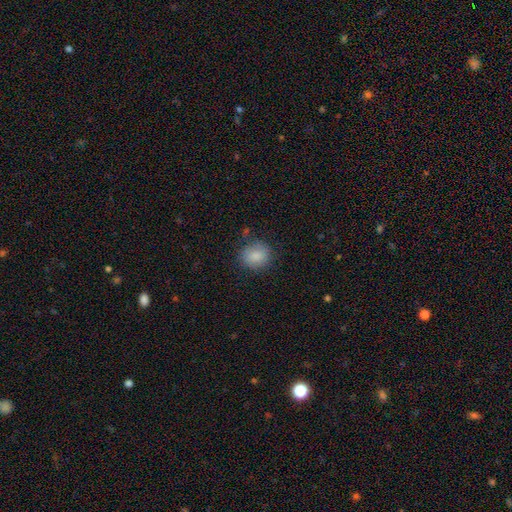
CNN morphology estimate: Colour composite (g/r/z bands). It shows a smooth galaxy with no disk features (86%) that is round (64%). Merging: none (77%).